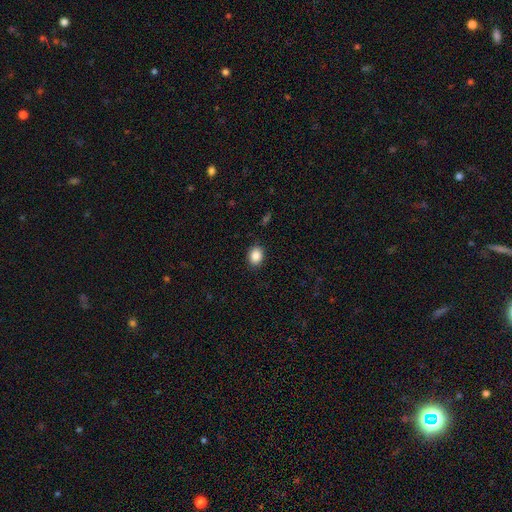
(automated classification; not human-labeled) Smooth or featured?
  - smooth: 88% *
  - star or artifact: 8%
  - featured or disk: 4%
How rounded?
  - in between: 54% *
  - round: 45%
  - cigar-shaped: 1%
Merging?
  - none: 88% *
  - minor disturbance: 8%
  - major disturbance: 2%
  - merger: 1%